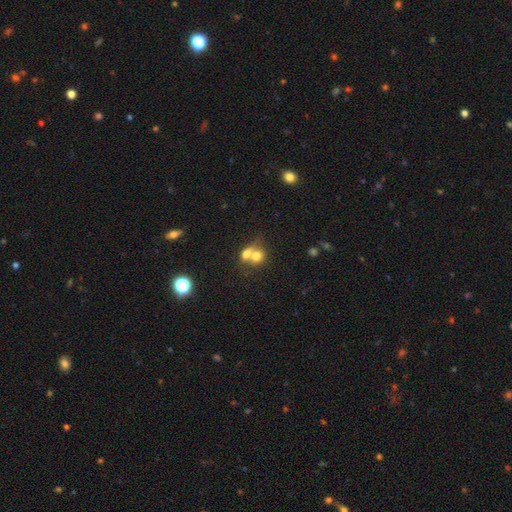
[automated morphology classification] Smooth or featured?
  - smooth: 71% *
  - featured or disk: 19%
  - star or artifact: 10%
How rounded?
  - round: 67% *
  - in between: 32%
  - cigar-shaped: 1%
Merging?
  - merger: 68% *
  - none: 22%
  - minor disturbance: 6%
  - major disturbance: 4%